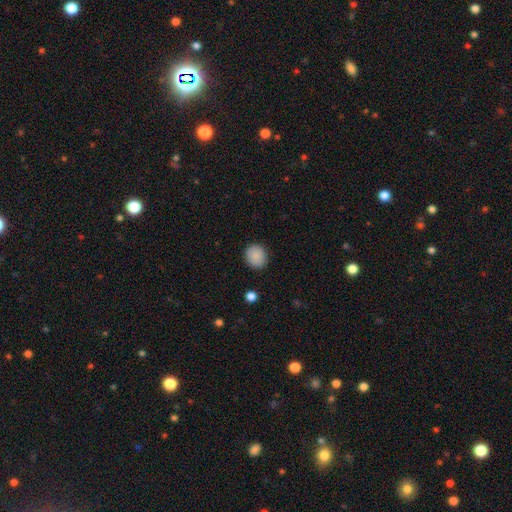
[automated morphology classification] Smooth or featured?
  - smooth: 87% *
  - star or artifact: 8%
  - featured or disk: 6%
How rounded?
  - round: 83% *
  - in between: 16%
  - cigar-shaped: 1%
Merging?
  - none: 89% *
  - minor disturbance: 8%
  - major disturbance: 2%
  - merger: 1%